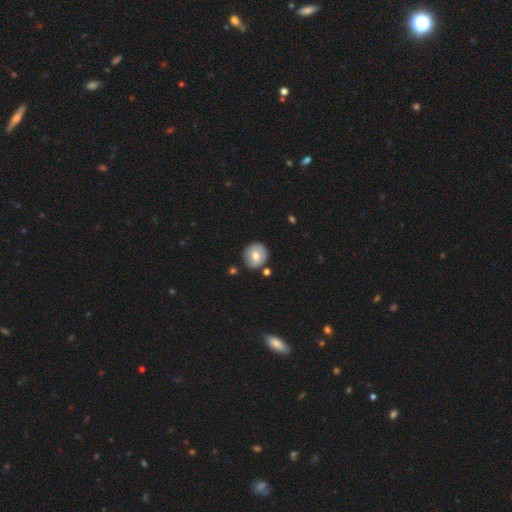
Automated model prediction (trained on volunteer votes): Smooth or featured? Predicted: smooth (p=0.67). How rounded? Predicted: round (p=0.90). Merging? Predicted: none (p=0.83).